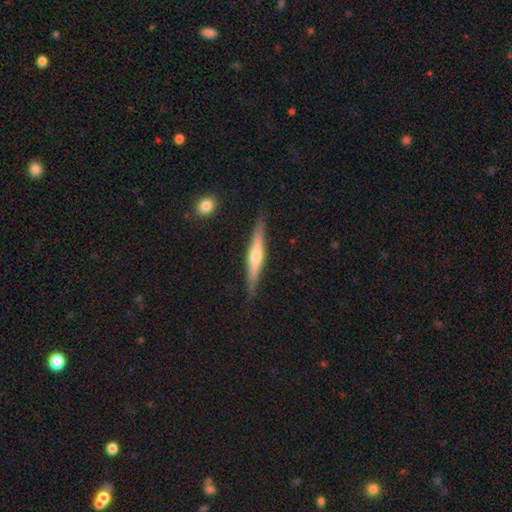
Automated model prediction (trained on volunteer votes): featured or disk 69%, smooth 25%, star or artifact 6%. Down the decision tree: edge-on disk — yes (97%); edge-on bulge — rounded (82%); merging — none (89%).